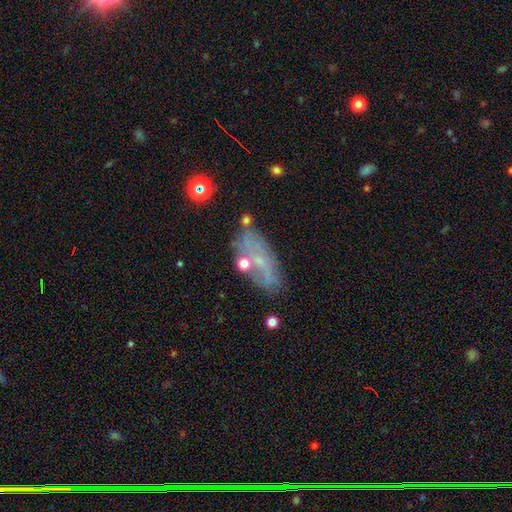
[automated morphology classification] A featured or disk galaxy (47%). Merging: none (60%).